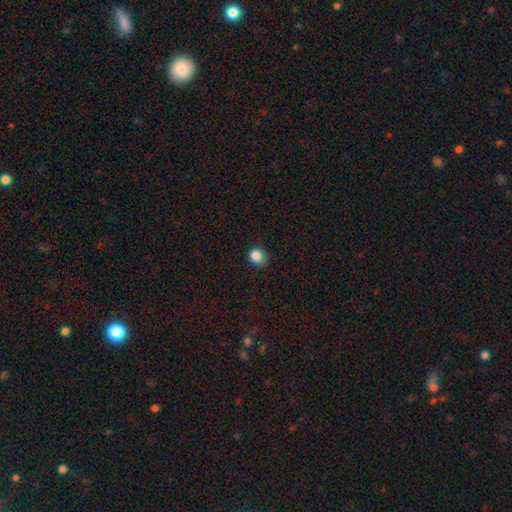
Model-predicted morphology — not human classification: Smooth or featured?
  - smooth: 85% *
  - star or artifact: 11%
  - featured or disk: 4%
How rounded?
  - round: 82% *
  - in between: 17%
  - cigar-shaped: 1%
Merging?
  - none: 69% *
  - minor disturbance: 25%
  - major disturbance: 5%
  - merger: 1%